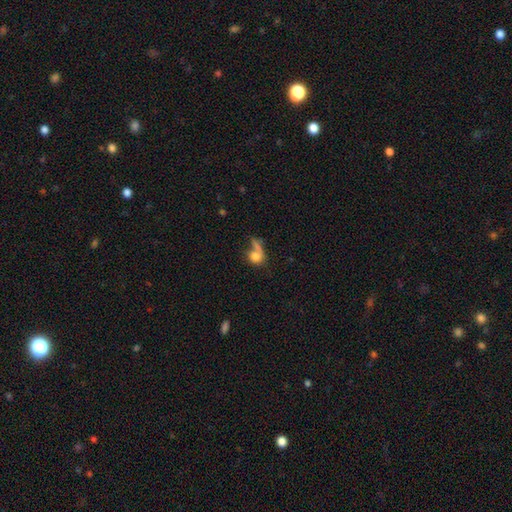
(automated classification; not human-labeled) The model was most divided on "merging": none: 34%, merger: 33%, major disturbance: 21%, minor disturbance: 13%. More confident: smooth or featured — smooth (73%); how rounded — round (59%).